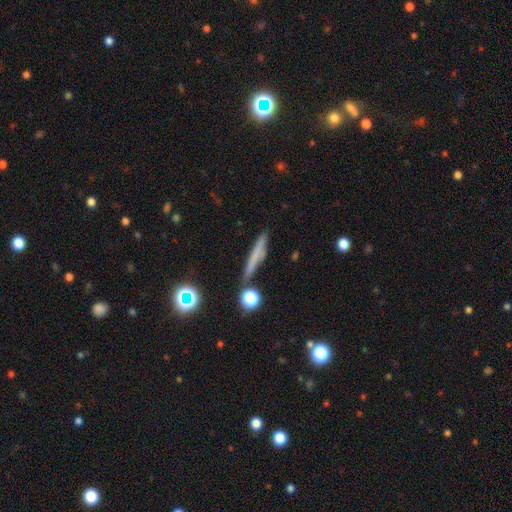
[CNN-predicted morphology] The model was most divided on "smooth or featured": smooth: 57%, featured or disk: 32%, star or artifact: 12%. More confident: how rounded — cigar-shaped (89%); merging — none (76%).